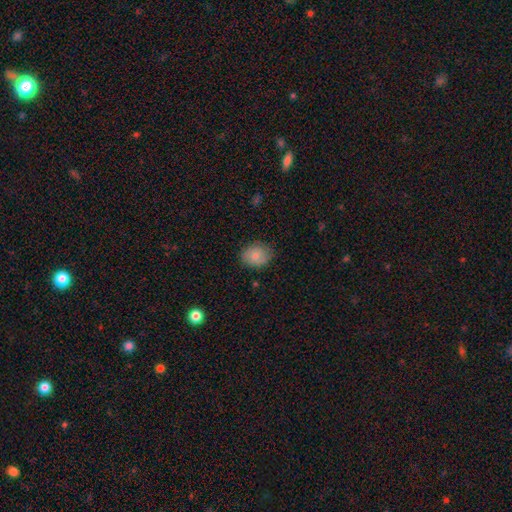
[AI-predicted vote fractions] This appears to be a smooth galaxy with no disk features (76%) that is round (50%). Merging: none (78%).